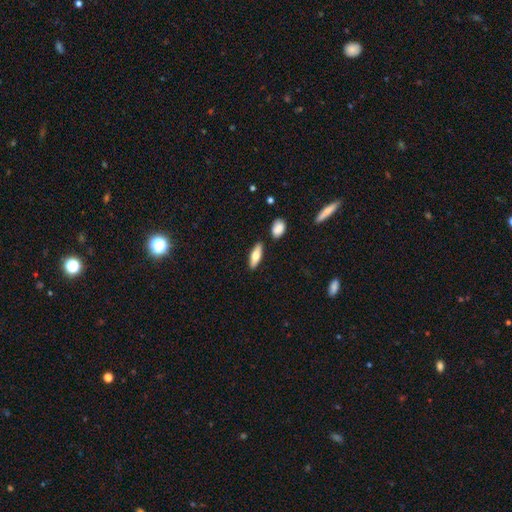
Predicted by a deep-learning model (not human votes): Morphology: type=smooth (62%); roundness=in between (58%); merging=none (86%).